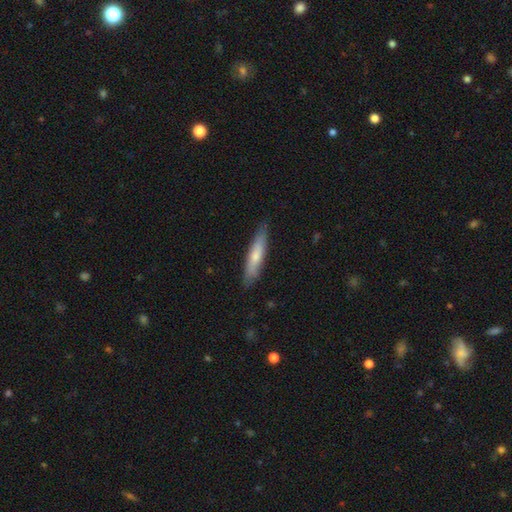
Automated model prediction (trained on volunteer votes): Smooth or featured? Predicted: smooth (p=0.66). How rounded? Predicted: cigar-shaped (p=0.84). Merging? Predicted: none (p=0.85).